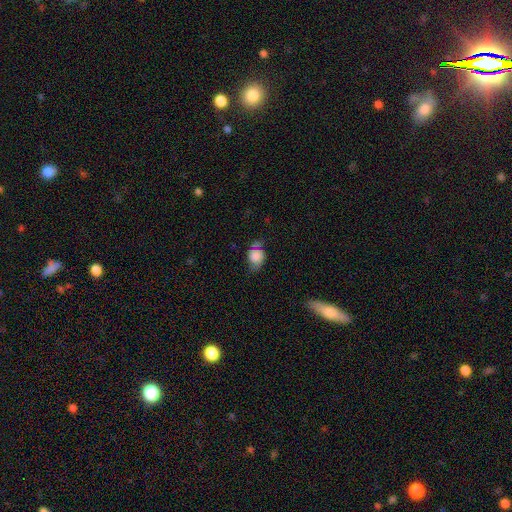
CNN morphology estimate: This is likely a smooth galaxy (70%). How rounded: possibly in between (55%). Merging: possibly none (49%).